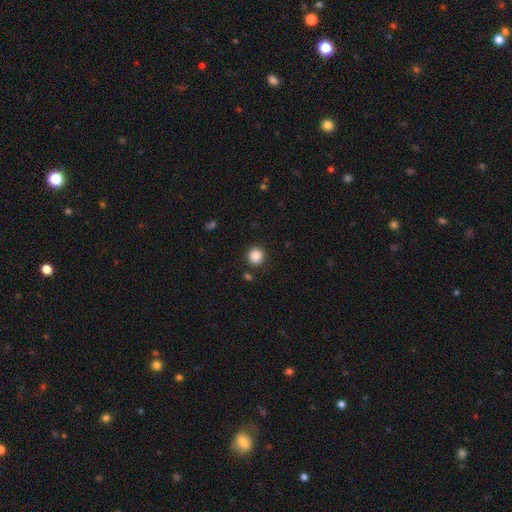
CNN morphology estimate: A smooth galaxy with no disk features (86%) that is round (93%).

Vote fractions:
- Smooth or featured? smooth: 86% / star or artifact: 10% / featured or disk: 4%
- How rounded? round: 93% / in between: 6% / cigar-shaped: 1%
- Merging? none: 89% / minor disturbance: 6% / merger: 2% / major disturbance: 2%